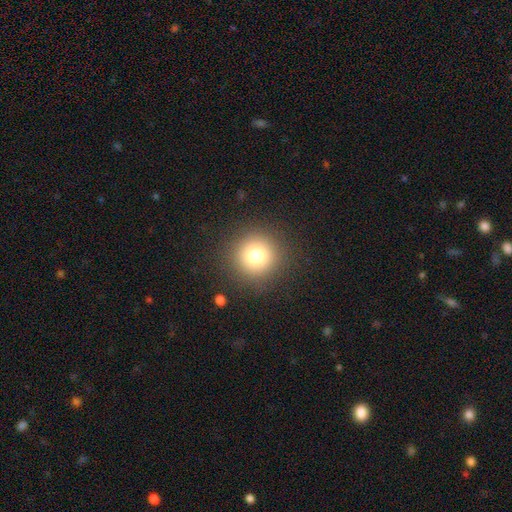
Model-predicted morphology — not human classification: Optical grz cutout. It shows a smooth galaxy with no disk features (77%) that is round (95%). Merging: none (89%).